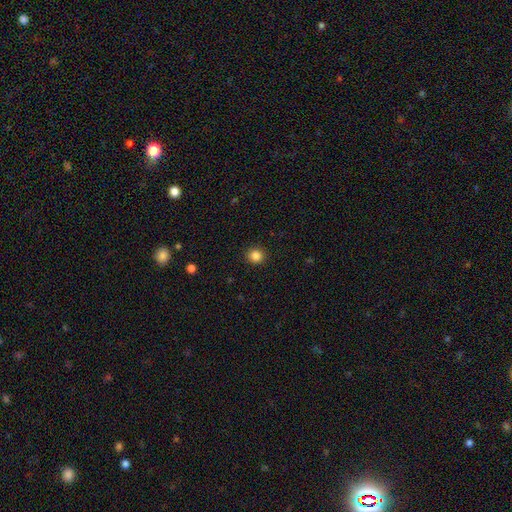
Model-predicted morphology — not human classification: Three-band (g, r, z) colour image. It shows a smooth galaxy with no disk features (85%) that is round (89%). Merging: none (91%).